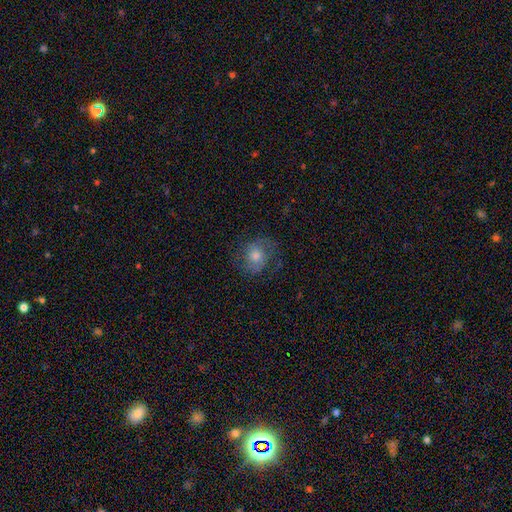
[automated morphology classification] The model was most divided on "smooth or featured": featured or disk: 50%, smooth: 38%, star or artifact: 12%. More confident: edge-on disk — no (97%); merging — none (70%).